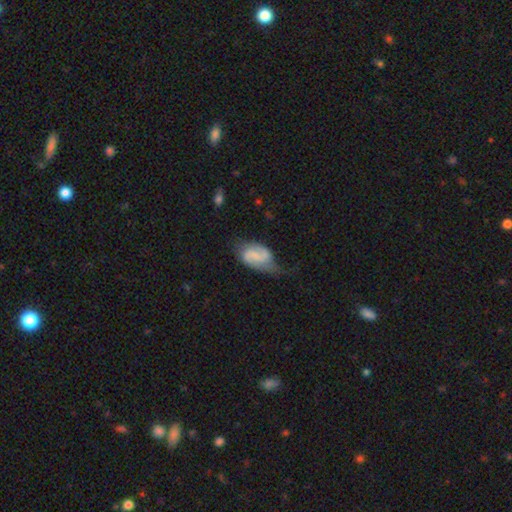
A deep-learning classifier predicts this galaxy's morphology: Smooth or featured? Predicted: featured or disk (p=0.68). Edge-on disk? Predicted: no (p=0.97). Bar? Predicted: weak (p=0.48). Spiral arms? Predicted: yes (p=0.92). Spiral winding? Predicted: medium (p=0.42). Spiral arm count? Predicted: 2 (p=0.85). Bulge size? Predicted: none (p=0.48). Merging? Predicted: none (p=0.41).